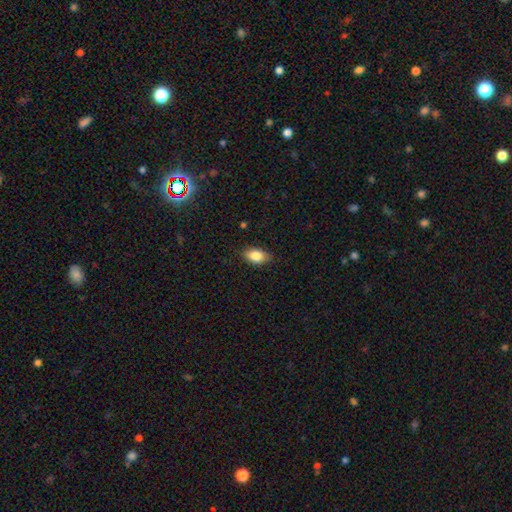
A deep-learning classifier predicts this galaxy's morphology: Overall: smooth (83%). How rounded: in between (88%). Merging: none (84%).